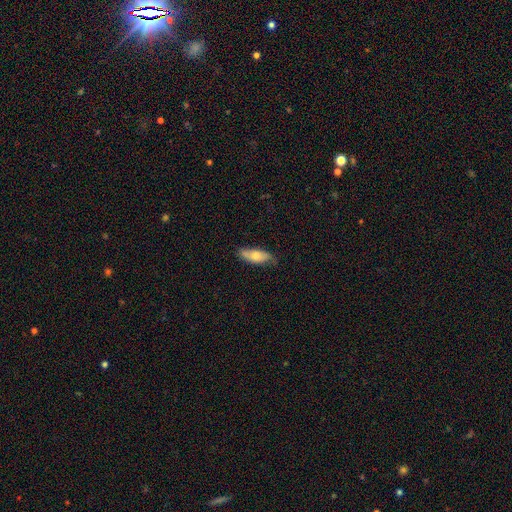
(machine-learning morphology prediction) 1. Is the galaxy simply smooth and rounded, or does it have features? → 66% smooth, 28% featured or disk, 6% star or artifact.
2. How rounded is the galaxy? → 68% in between, 30% cigar-shaped, 2% round.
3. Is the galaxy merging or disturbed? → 71% none, 23% minor disturbance, 4% major disturbance, 1% merger.